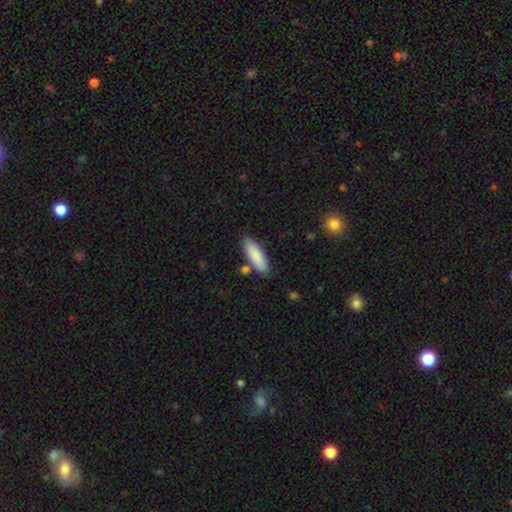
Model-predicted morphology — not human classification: Smooth or featured: smooth — 85% (featured or disk — 9%)
How rounded: cigar-shaped — 51% (in between — 47%)
Merging: none — 80% (minor disturbance — 11%)